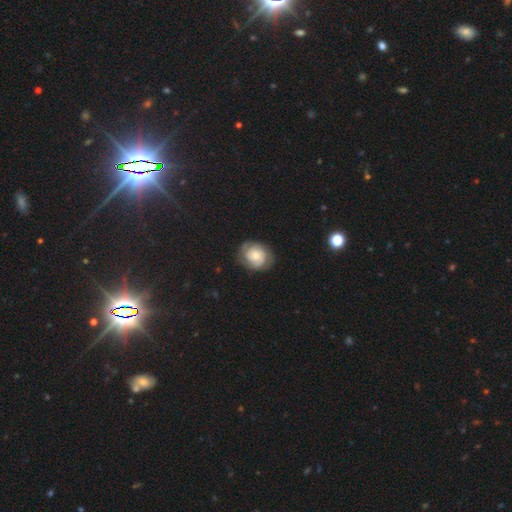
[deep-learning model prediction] featured or disk 57%, smooth 35%, star or artifact 8%. Down the decision tree: edge-on disk — no (97%); bar — no (78%); spiral arms — yes (84%); bulge size — small (45%); merging — none (73%).